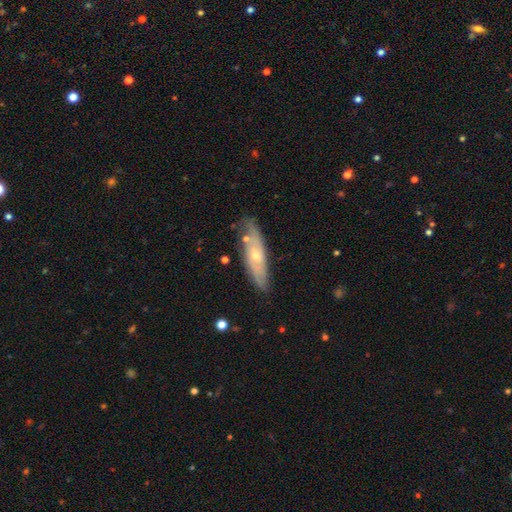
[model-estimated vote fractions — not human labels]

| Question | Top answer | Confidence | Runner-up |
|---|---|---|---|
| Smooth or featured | featured or disk | 56% | smooth (38%) |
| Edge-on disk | no | 63% | yes (37%) |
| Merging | none | 74% | minor disturbance (19%) |